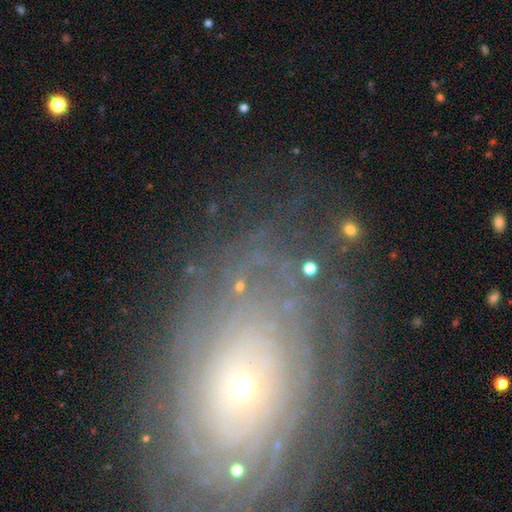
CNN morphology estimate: smooth-or-featured: featured or disk: 72% | smooth: 14% | star or artifact: 13%
  disk-edge-on: no: 94% | yes: 6%
    bar: no: 84% | weak: 11% | strong: 5%
    has-spiral-arms: yes: 81% | no: 19%
      spiral-winding: tight: 78% | medium: 15% | loose: 7%
      spiral-arm-count: can't tell: 48% | more than 4: 18% | 4: 10% | 2: 10% | 3: 8% | 1: 6%
    bulge-size: small: 80% | moderate: 14% | large: 2% | dominant: 2% | none: 2%
  merging: none: 74% | minor disturbance: 14% | major disturbance: 10% | merger: 2%